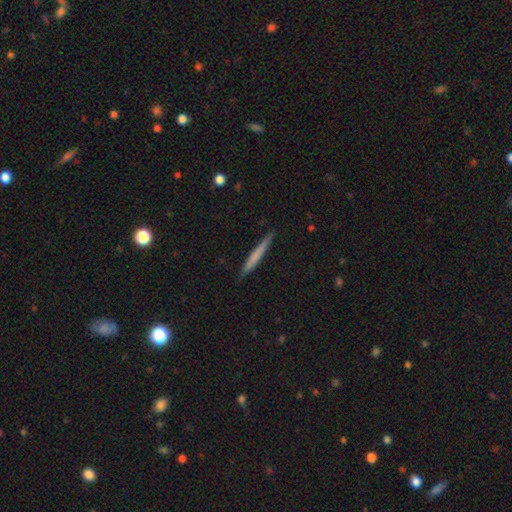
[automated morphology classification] Smooth or featured? smooth (65%)
How rounded? cigar-shaped (97%)
Merging? none (90%)